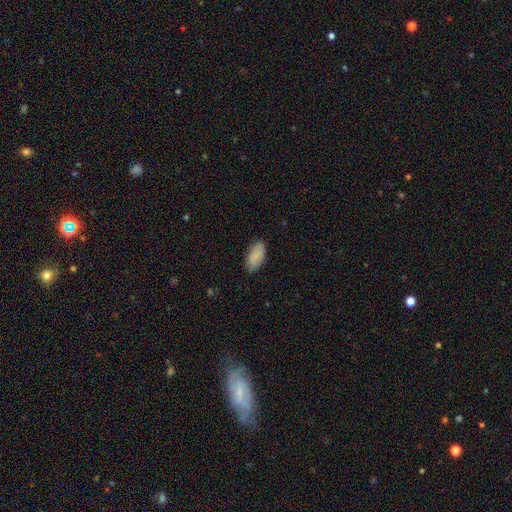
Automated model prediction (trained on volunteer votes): A smooth galaxy with no disk features (86%) that is in between round and cigar-shaped (92%). Merging: none (81%).